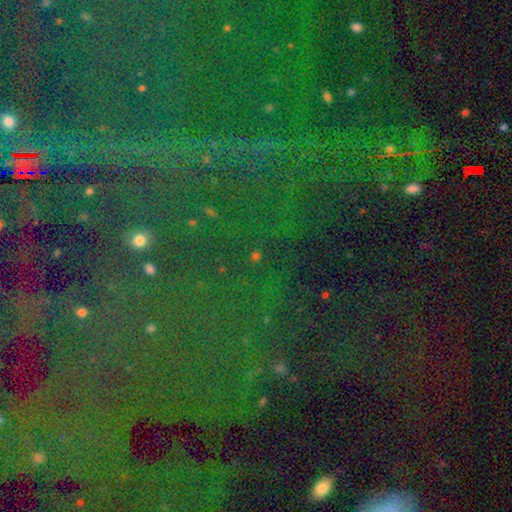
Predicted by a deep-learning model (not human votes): Morphology: type=star or artifact (84%).